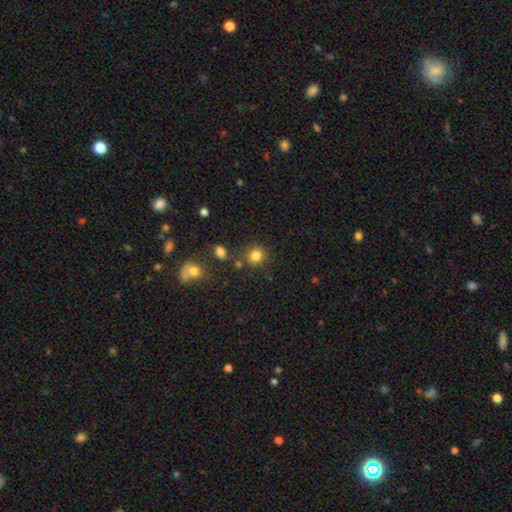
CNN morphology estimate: Smooth or featured: smooth — 83% (star or artifact — 12%)
How rounded: round — 85% (in between — 14%)
Merging: none — 79% (minor disturbance — 10%)